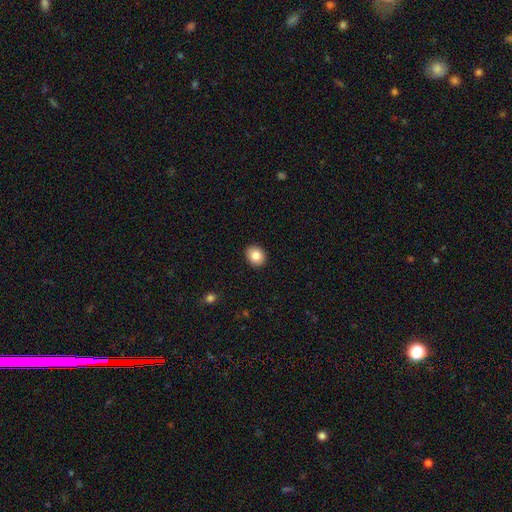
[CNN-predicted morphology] Q: Smooth or featured?
A: smooth (84%); runner-up: star or artifact (9%)
Q: How rounded?
A: round (56%); runner-up: in between (43%)
Q: Merging?
A: none (91%); runner-up: minor disturbance (7%)